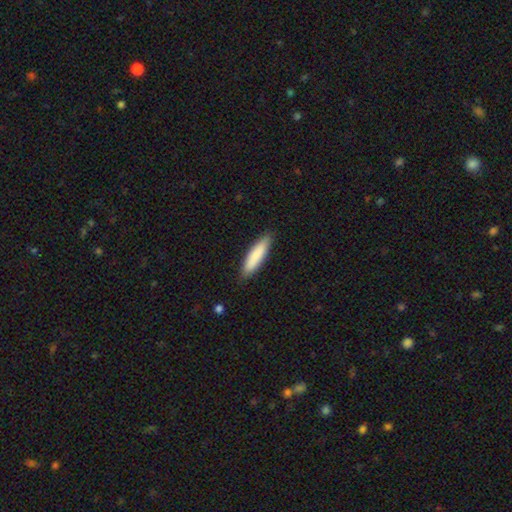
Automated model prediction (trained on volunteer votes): A smooth galaxy with no disk features (85%) that is cigar-shaped (78%).

Vote fractions:
- Smooth or featured? smooth: 85% / featured or disk: 10% / star or artifact: 5%
- How rounded? cigar-shaped: 78% / in between: 21% / round: 1%
- Merging? none: 88% / minor disturbance: 10% / major disturbance: 2% / merger: 1%